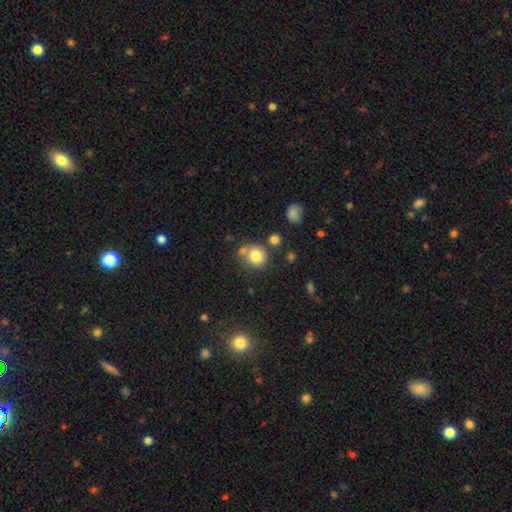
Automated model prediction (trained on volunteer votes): Smooth or featured? smooth (79%)
How rounded? round (84%)
Merging? none (61%)